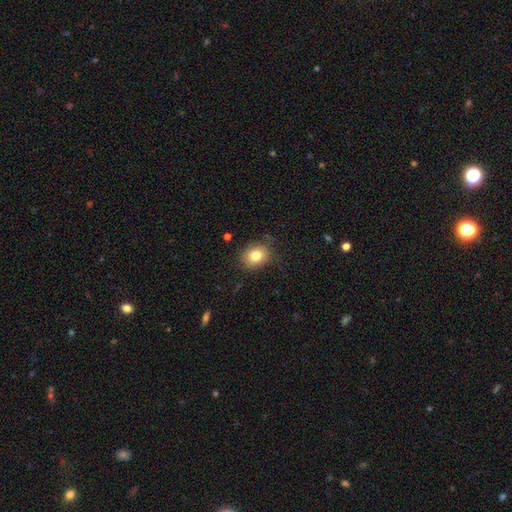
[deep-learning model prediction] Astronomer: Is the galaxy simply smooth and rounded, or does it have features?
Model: smooth — 81%.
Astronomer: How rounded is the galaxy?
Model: round — 55% (runner-up: in between, 44%).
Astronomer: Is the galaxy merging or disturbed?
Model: none — 82%.